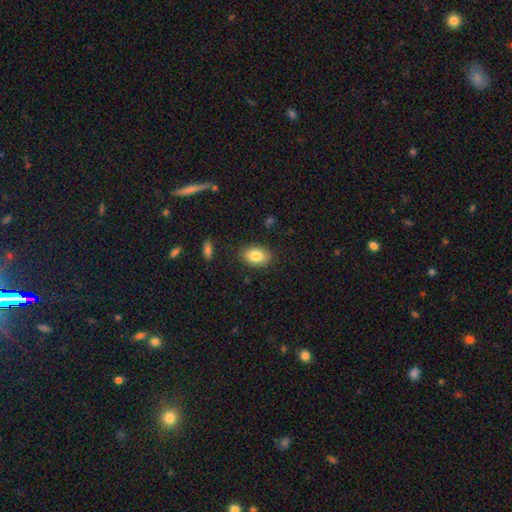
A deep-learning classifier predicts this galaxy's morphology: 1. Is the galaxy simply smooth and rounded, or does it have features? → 84% smooth, 8% featured or disk, 8% star or artifact.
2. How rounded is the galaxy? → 82% in between, 17% round, 1% cigar-shaped.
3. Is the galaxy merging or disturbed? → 85% none, 11% minor disturbance, 3% major disturbance, 1% merger.